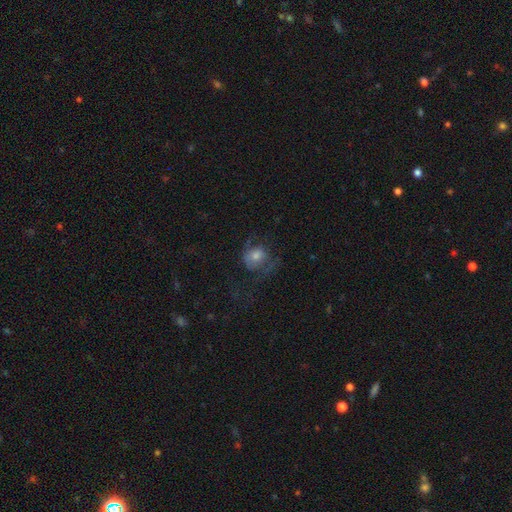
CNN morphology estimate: A featured or disk galaxy (46%). Merging: none (43%).